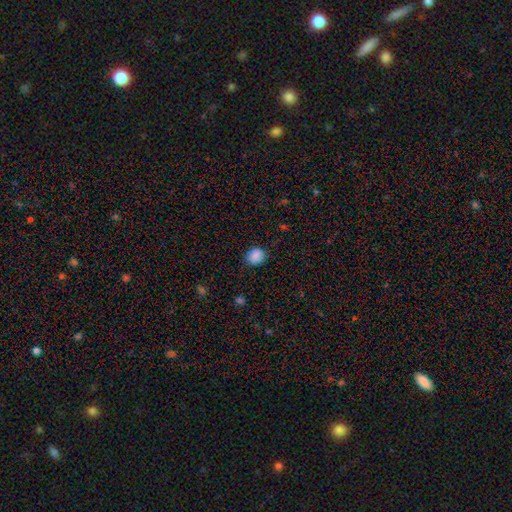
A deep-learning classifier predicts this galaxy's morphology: smooth_or_featured: smooth (p=0.87) [alt: star or artifact p=0.09]
how_rounded: round (p=0.71) [alt: in between p=0.28]
merging: none (p=0.84) [alt: minor disturbance p=0.12]